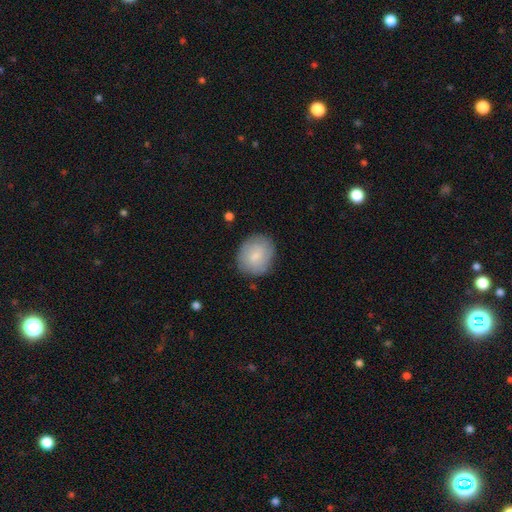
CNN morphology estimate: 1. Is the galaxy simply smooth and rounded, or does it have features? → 77% smooth, 17% featured or disk, 6% star or artifact.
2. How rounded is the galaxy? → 68% round, 31% in between, 1% cigar-shaped.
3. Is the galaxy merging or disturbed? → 81% none, 14% minor disturbance, 3% major disturbance, 1% merger.